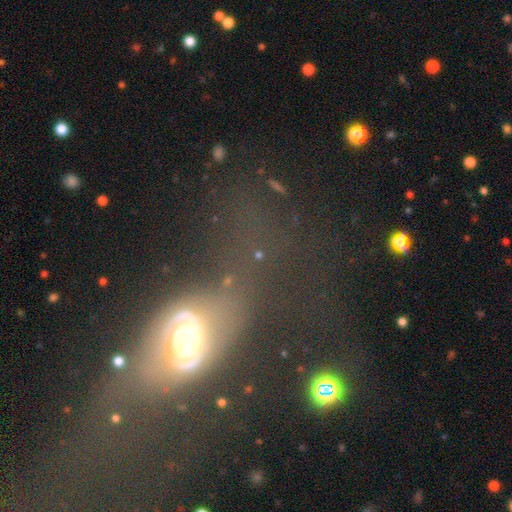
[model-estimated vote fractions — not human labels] Q: Smooth or featured?
A: featured or disk (59%); runner-up: smooth (25%)
Q: Edge-on disk?
A: no (86%); runner-up: yes (14%)
Q: Bar?
A: no (41%); runner-up: weak (34%)
Q: Spiral arms?
A: yes (50%); tied with: no (50%)
Q: Bulge size?
A: moderate (54%); runner-up: large (24%)
Q: Merging?
A: none (40%); runner-up: major disturbance (37%)